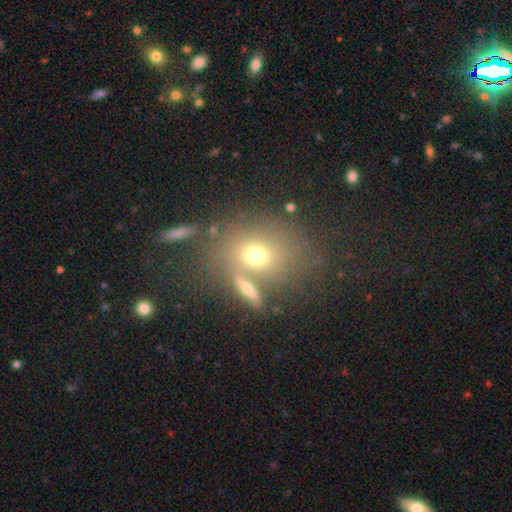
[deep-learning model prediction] Smooth or featured? smooth (66%)
How rounded? round (57%)
Merging? none (57%)